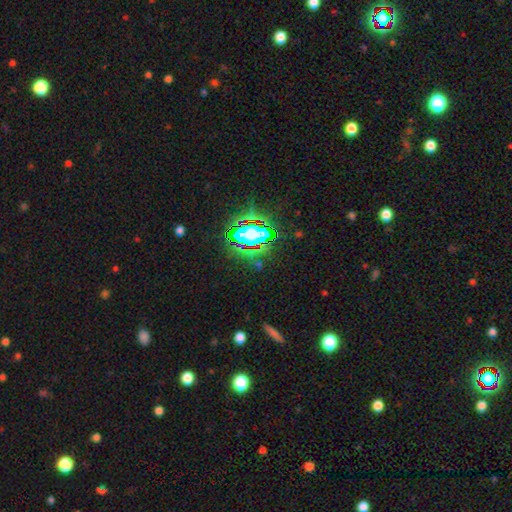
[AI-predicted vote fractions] Smooth or featured? star or artifact (79%)